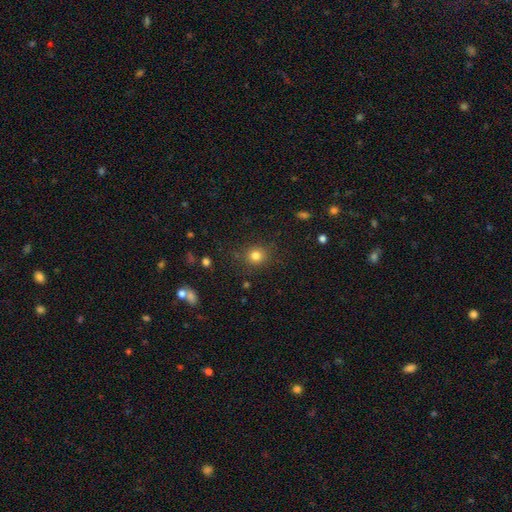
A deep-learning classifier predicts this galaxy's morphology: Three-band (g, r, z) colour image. It shows a smooth galaxy with no disk features (81%) that is round (85%). Merging: none (86%).